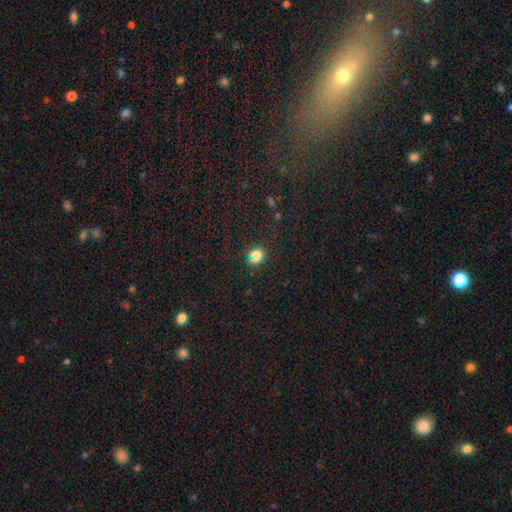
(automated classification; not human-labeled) Smooth or featured?
  - smooth: 73% *
  - star or artifact: 21%
  - featured or disk: 5%
How rounded?
  - round: 70% *
  - in between: 29%
  - cigar-shaped: 1%
Merging?
  - none: 79% *
  - minor disturbance: 12%
  - major disturbance: 5%
  - merger: 4%